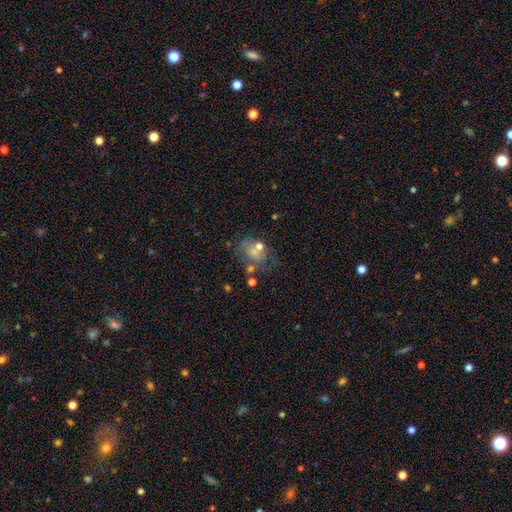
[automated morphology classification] smooth_or_featured: featured or disk (p=0.38) [alt: smooth p=0.37]
merging: none (p=0.41) [alt: major disturbance p=0.22]